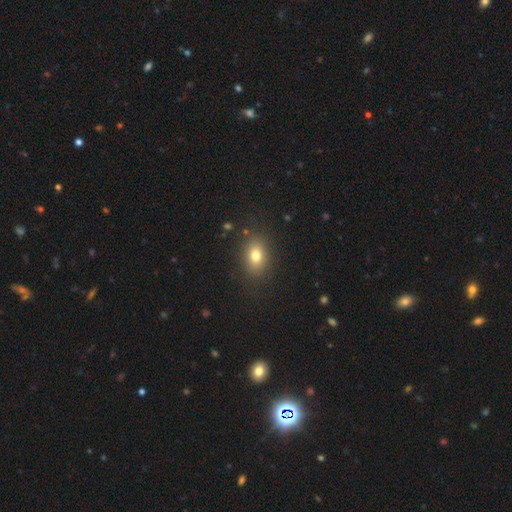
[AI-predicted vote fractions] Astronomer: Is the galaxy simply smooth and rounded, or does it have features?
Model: smooth — 77%.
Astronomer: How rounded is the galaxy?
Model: in between — 76%.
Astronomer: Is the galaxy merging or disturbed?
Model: none — 85%.